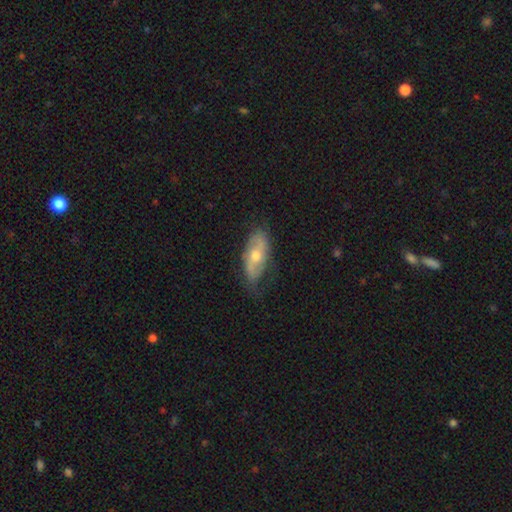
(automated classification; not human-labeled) Morphology: type=featured or disk (58%); edge-on=no (85%); merging=none (67%).